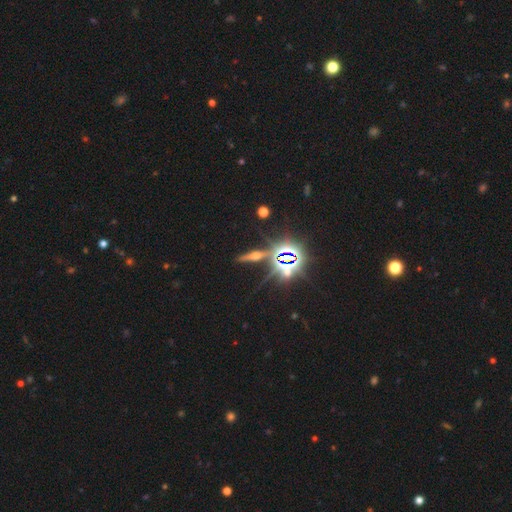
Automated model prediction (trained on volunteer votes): Smooth or featured? featured or disk (42%)
Merging? none (80%)